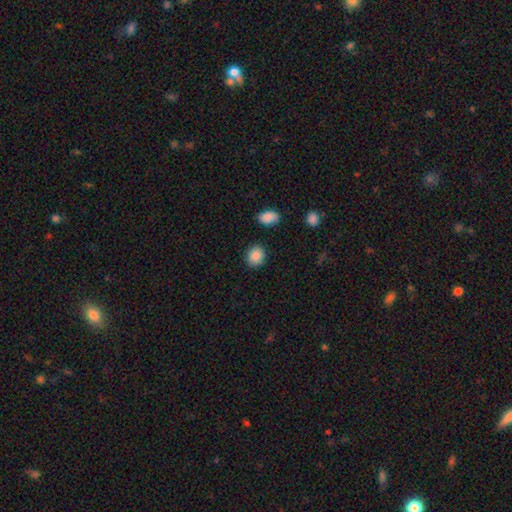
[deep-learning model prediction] The model was most divided on "how rounded": round: 66%, in between: 33%, cigar-shaped: 1%. More confident: smooth or featured — smooth (88%); merging — none (86%).